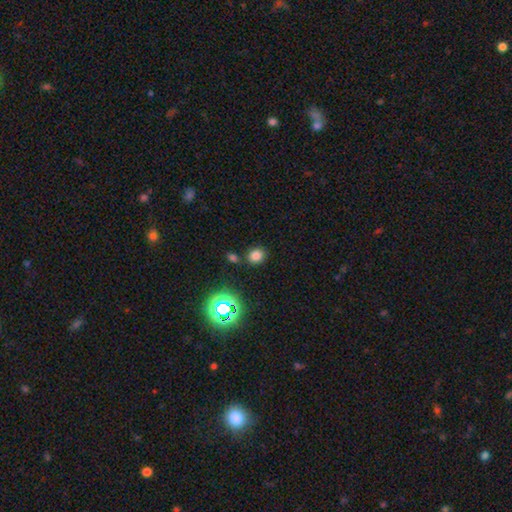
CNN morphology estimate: type=smooth (75%); roundness=round (69%); merging=none (80%).